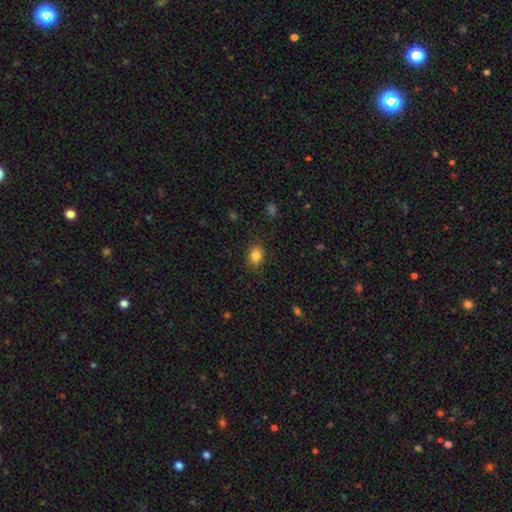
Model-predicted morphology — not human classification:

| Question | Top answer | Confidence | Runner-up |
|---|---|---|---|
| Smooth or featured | smooth | 83% | star or artifact (10%) |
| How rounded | in between | 69% | round (30%) |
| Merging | none | 86% | minor disturbance (11%) |